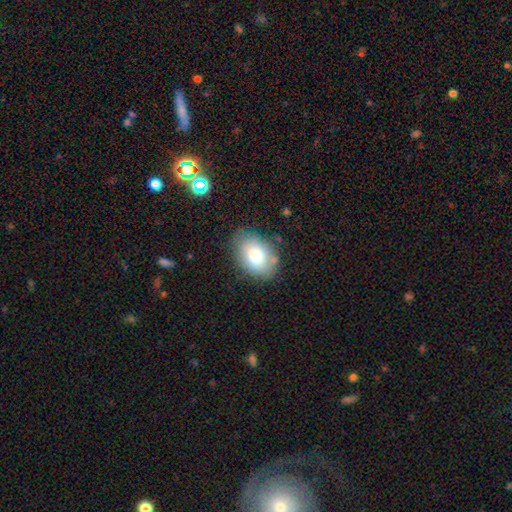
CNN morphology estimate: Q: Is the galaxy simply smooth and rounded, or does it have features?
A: smooth — 76%.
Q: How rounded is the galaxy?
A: in between — 80%.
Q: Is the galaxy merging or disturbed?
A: none — 78%.